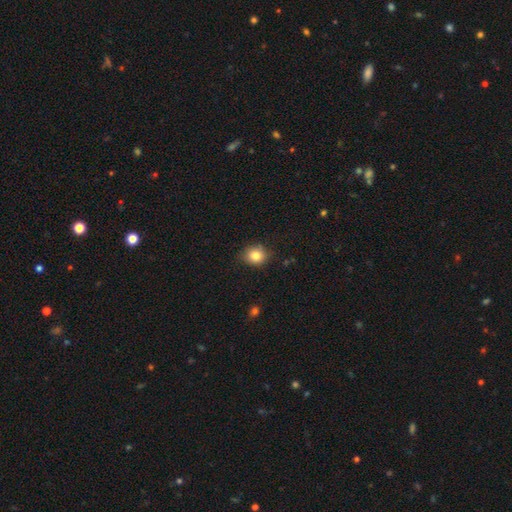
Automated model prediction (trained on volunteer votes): Overall: smooth (83%). How rounded: round (70%). Merging: none (81%).